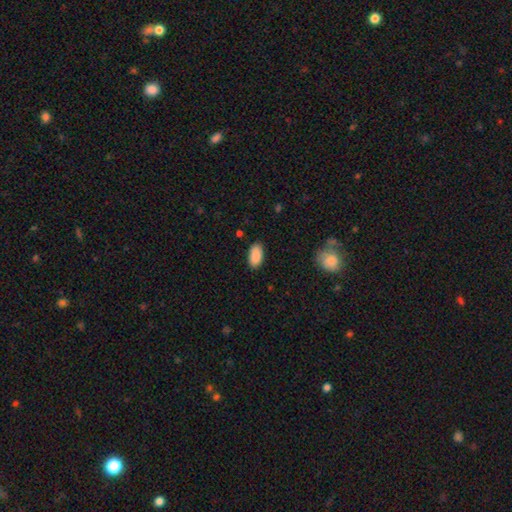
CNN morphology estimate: Smooth or featured? smooth (90%)
How rounded? in between (94%)
Merging? none (86%)